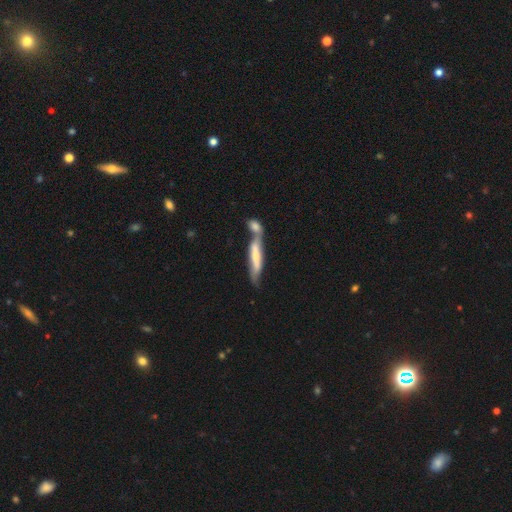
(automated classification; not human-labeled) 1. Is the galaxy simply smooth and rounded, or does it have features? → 48% featured or disk, 47% smooth, 6% star or artifact.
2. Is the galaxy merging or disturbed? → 60% merger, 24% none, 10% minor disturbance, 5% major disturbance.